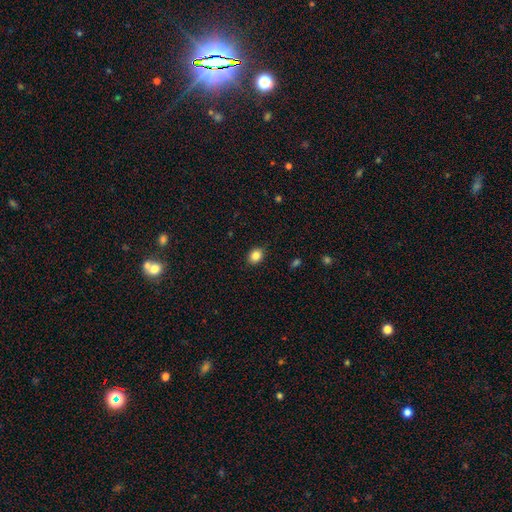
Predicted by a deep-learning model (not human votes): This is clearly a smooth galaxy (84%). How rounded: possibly round (57%). Merging: clearly none (88%).